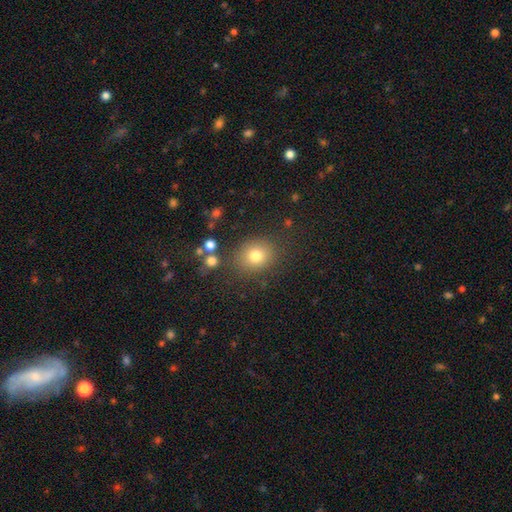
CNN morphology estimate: smooth_or_featured: smooth (p=0.78) [alt: star or artifact p=0.14]
how_rounded: round (p=0.70) [alt: in between p=0.29]
merging: none (p=0.80) [alt: minor disturbance p=0.11]